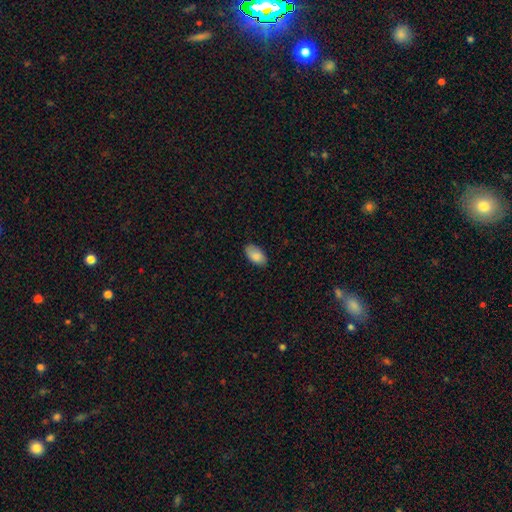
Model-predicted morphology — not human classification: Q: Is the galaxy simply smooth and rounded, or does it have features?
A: smooth — 87%.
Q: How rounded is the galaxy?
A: in between — 95%.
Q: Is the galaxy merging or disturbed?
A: none — 81%.